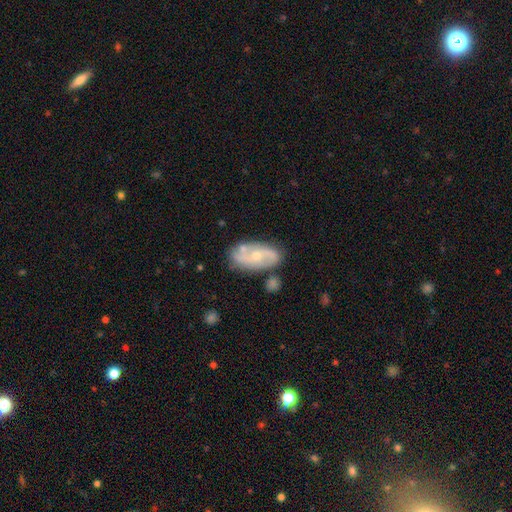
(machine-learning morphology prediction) Overall: featured or disk (73%). Edge-on disk: no (94%). Bar: no (64%; weak 29%). Spiral arms: yes (86%). Spiral arm count: 2 (77%). Spiral winding: medium (41%; loose 38%). Bulge size: small (59%; moderate 37%). Merging: none (68%).